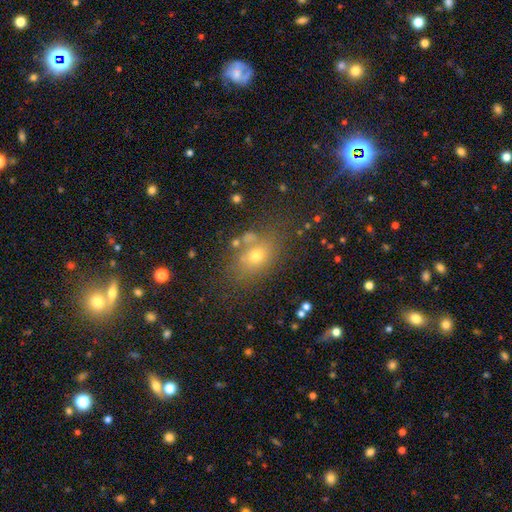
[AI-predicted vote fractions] Q: Smooth or featured?
A: smooth (65%); runner-up: star or artifact (19%)
Q: How rounded?
A: in between (65%); runner-up: round (33%)
Q: Merging?
A: none (68%); runner-up: minor disturbance (15%)